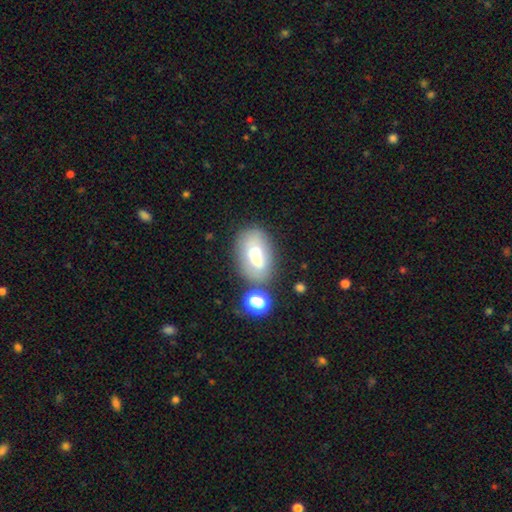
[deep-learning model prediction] Smooth or featured?
  - smooth: 62% *
  - featured or disk: 27%
  - star or artifact: 11%
How rounded?
  - in between: 88% *
  - round: 10%
  - cigar-shaped: 2%
Merging?
  - none: 52% *
  - minor disturbance: 21%
  - merger: 16%
  - major disturbance: 11%